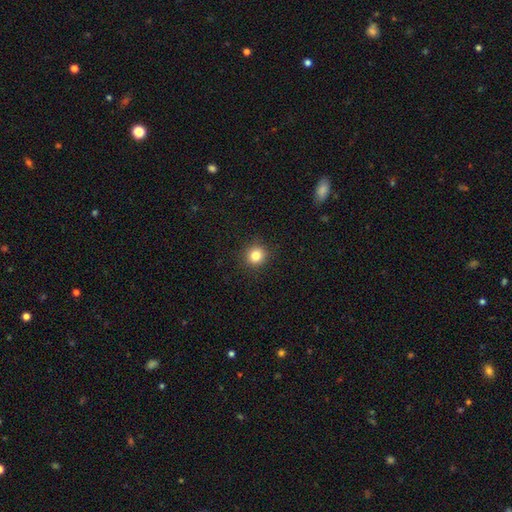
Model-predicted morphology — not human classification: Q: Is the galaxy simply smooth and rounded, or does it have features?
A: smooth — 83%.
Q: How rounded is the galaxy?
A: round — 92%.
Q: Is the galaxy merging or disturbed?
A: none — 91%.